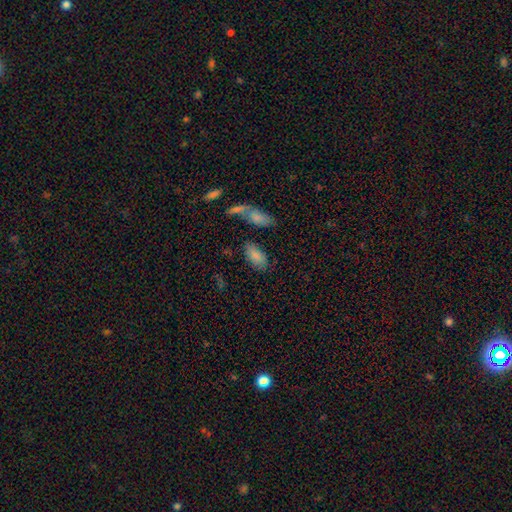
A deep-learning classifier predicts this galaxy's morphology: smooth_or_featured: smooth (p=0.83) [alt: star or artifact p=0.09]
how_rounded: in between (p=0.91) [alt: cigar-shaped p=0.06]
merging: none (p=0.66) [alt: minor disturbance p=0.18]